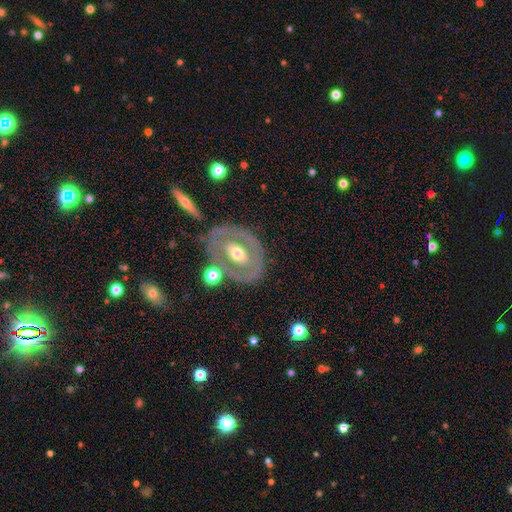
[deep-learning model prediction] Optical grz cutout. It shows a featured or disk galaxy (70%) with no bar (65%), spiral arms (51%) and a moderate central bulge (67%). Merging: none (65%).